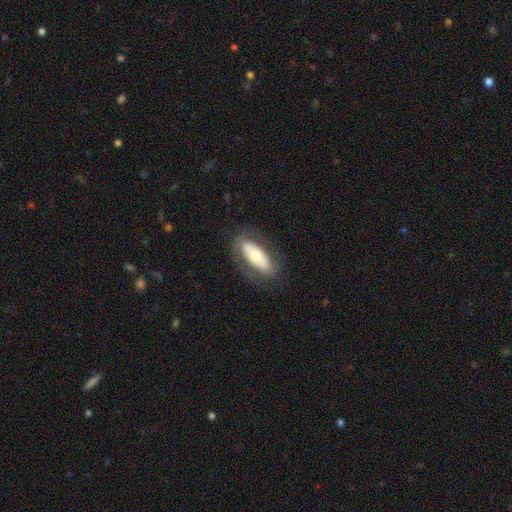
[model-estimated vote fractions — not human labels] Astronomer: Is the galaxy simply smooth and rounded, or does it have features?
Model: smooth — 55% (runner-up: featured or disk, 39%).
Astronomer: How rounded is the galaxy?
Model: in between — 78%.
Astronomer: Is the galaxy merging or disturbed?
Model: none — 78%.